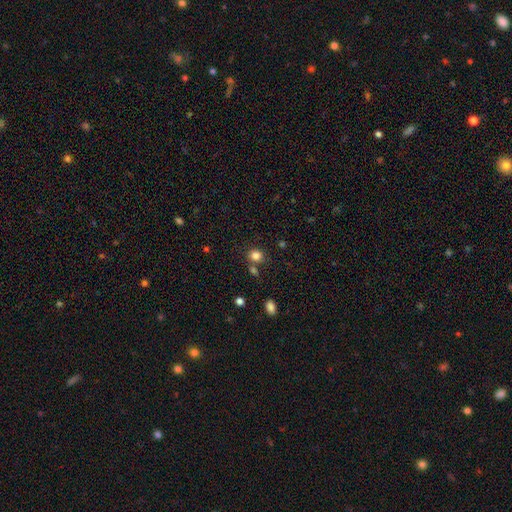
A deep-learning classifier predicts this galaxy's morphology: smooth 83%, star or artifact 12%, featured or disk 5%. Down the decision tree: how rounded — round (74%); merging — none (72%).